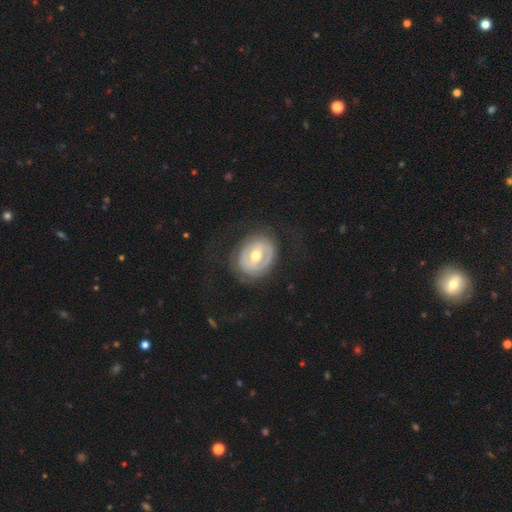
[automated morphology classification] The model was most divided on "bar": no: 54%, weak: 30%, strong: 16%. More confident: edge-on disk — no (96%); bulge size — moderate (78%); merging — none (72%); spiral arms — no (66%); smooth or featured — featured or disk (62%).